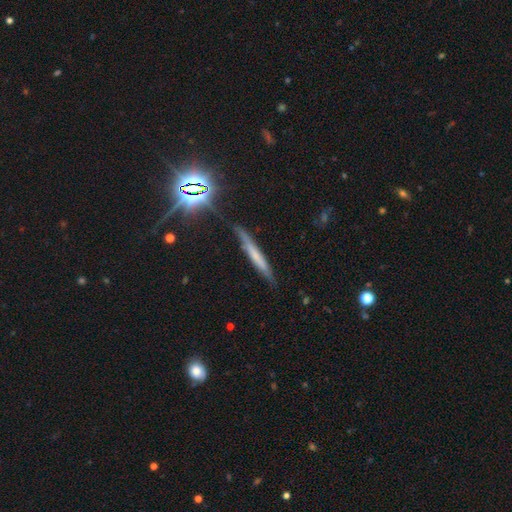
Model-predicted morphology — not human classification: A smooth galaxy with no disk features (46%).

Vote fractions:
- Smooth or featured? smooth: 46% / featured or disk: 39% / star or artifact: 15%
- Merging? none: 78% / minor disturbance: 16% / major disturbance: 4% / merger: 2%